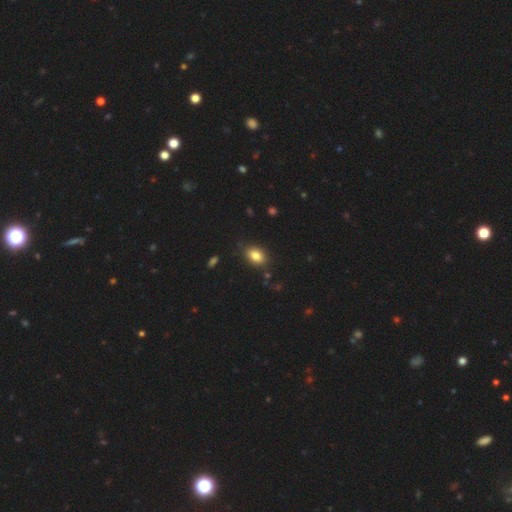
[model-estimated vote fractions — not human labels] A smooth galaxy with no disk features (83%) that is in between round and cigar-shaped (82%).

Vote fractions:
- Smooth or featured? smooth: 83% / star or artifact: 9% / featured or disk: 7%
- How rounded? in between: 82% / round: 16% / cigar-shaped: 2%
- Merging? none: 84% / minor disturbance: 12% / major disturbance: 3% / merger: 2%